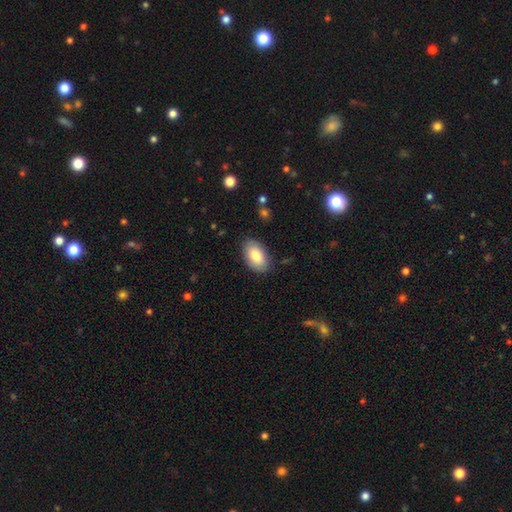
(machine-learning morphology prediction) type=smooth (82%); roundness=in between (94%); merging=none (84%).